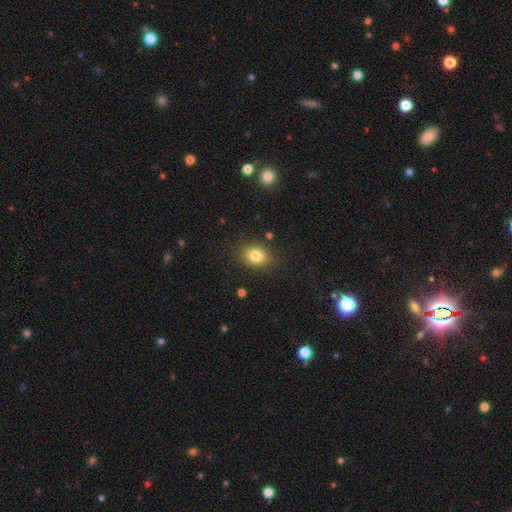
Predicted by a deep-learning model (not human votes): smooth 82%, star or artifact 10%, featured or disk 8%. Down the decision tree: how rounded — in between (62%); merging — none (84%).